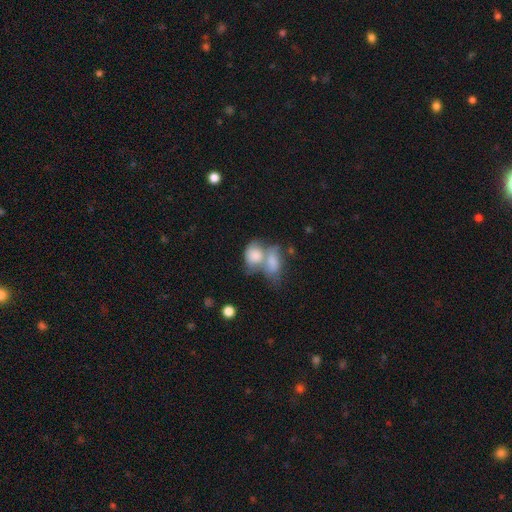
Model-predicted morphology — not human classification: smooth 72%, featured or disk 19%, star or artifact 9%. Down the decision tree: how rounded — in between (70%); merging — merger (68%).